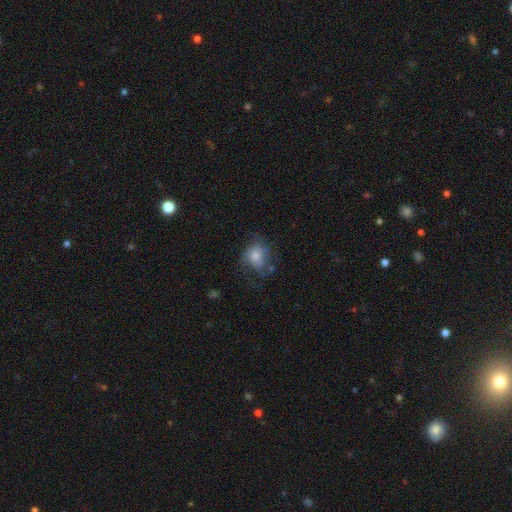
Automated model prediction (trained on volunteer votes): Smooth or featured?
  - smooth: 62% *
  - featured or disk: 28%
  - star or artifact: 10%
How rounded?
  - round: 56% *
  - in between: 43%
  - cigar-shaped: 1%
Merging?
  - none: 40% *
  - major disturbance: 31%
  - minor disturbance: 26%
  - merger: 3%